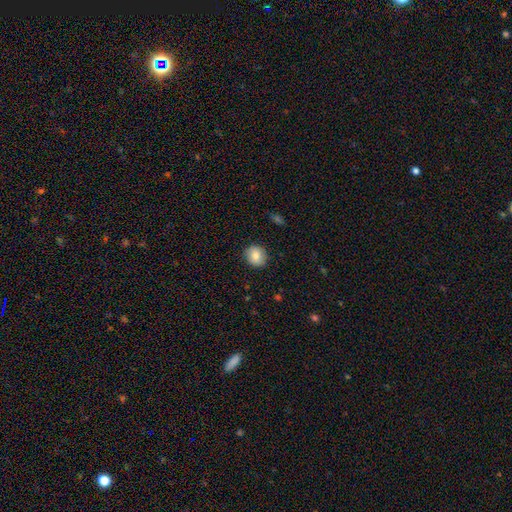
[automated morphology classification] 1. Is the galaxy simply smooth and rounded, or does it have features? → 82% smooth, 10% featured or disk, 8% star or artifact.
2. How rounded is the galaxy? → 82% round, 17% in between, 1% cigar-shaped.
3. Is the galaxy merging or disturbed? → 89% none, 8% minor disturbance, 2% major disturbance, 1% merger.